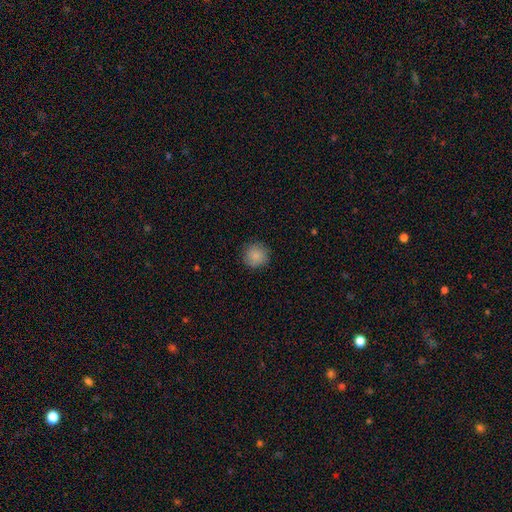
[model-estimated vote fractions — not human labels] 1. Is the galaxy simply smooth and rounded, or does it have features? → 87% smooth, 8% star or artifact, 5% featured or disk.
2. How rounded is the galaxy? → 94% round, 5% in between, 1% cigar-shaped.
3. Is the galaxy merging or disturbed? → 88% none, 9% minor disturbance, 2% major disturbance, 1% merger.